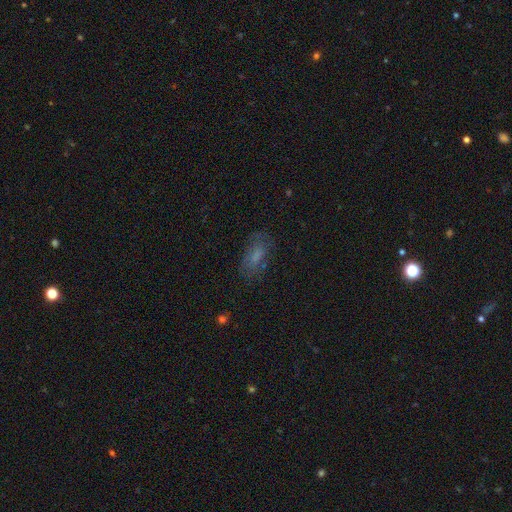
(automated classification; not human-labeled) This appears to be a smooth galaxy with no disk features (61%) that is in between round and cigar-shaped (82%). Merging: none (70%).